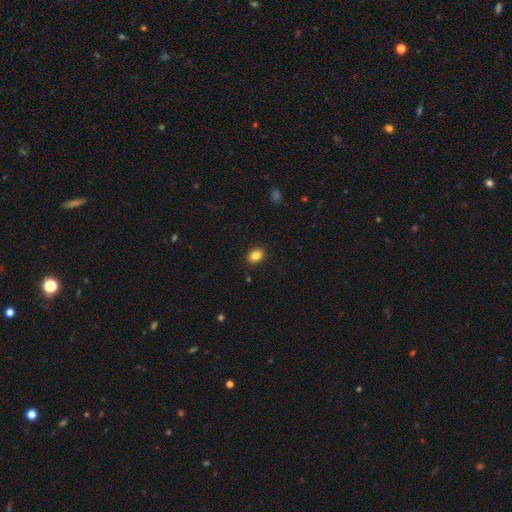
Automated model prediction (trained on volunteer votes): smooth-or-featured: smooth: 85% | star or artifact: 9% | featured or disk: 6%
  how-rounded: in between: 72% | round: 27% | cigar-shaped: 1%
  merging: none: 89% | minor disturbance: 8% | major disturbance: 2% | merger: 1%